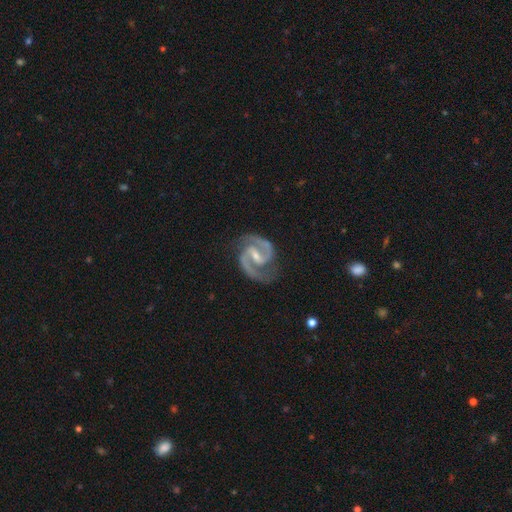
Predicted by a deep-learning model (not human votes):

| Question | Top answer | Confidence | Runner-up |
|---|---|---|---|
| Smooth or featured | featured or disk | 95% | star or artifact (3%) |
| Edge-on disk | no | 98% | yes (2%) |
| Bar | strong | 44% | weak (43%) |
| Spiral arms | yes | 99% | no (1%) |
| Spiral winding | medium | 66% | tight (25%) |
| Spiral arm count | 2 | 95% | 3 (1%) |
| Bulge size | small | 59% | moderate (32%) |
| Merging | none | 80% | minor disturbance (14%) |